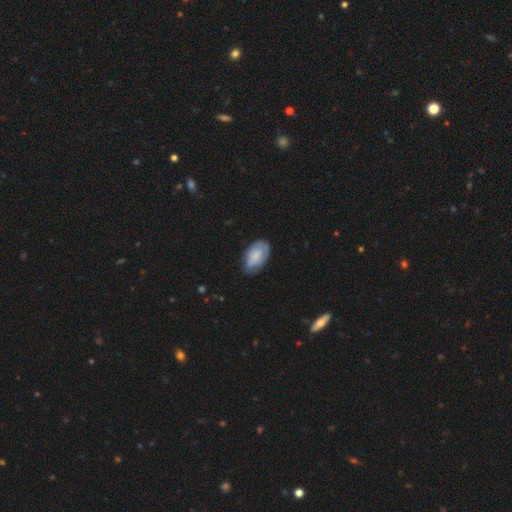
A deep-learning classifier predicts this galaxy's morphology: The model was most divided on "smooth or featured": smooth: 63%, featured or disk: 30%, star or artifact: 7%. More confident: how rounded — in between (92%); merging — none (64%).